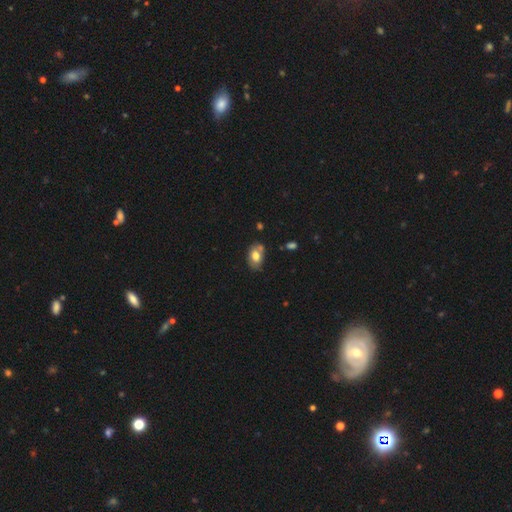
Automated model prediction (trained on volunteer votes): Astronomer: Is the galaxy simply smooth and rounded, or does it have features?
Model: smooth — 71%.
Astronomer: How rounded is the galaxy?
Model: in between — 85%.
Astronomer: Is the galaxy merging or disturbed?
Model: none — 62%.